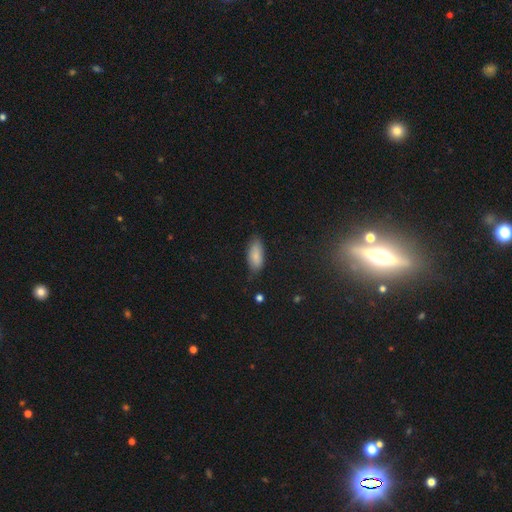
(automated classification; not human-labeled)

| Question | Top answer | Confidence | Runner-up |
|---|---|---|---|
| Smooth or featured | smooth | 85% | featured or disk (8%) |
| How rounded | in between | 85% | cigar-shaped (13%) |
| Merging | none | 71% | minor disturbance (23%) |